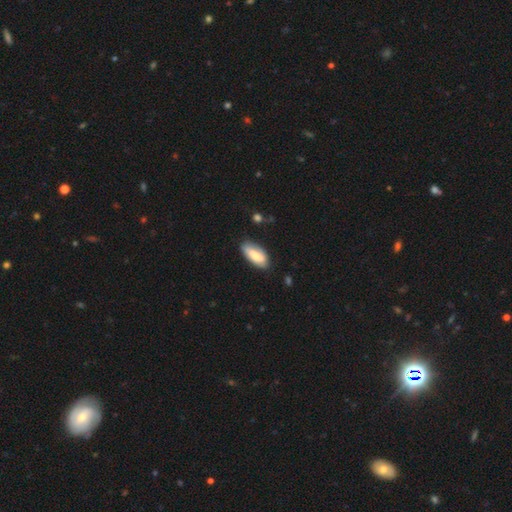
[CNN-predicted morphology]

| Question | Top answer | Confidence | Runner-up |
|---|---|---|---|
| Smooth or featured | smooth | 73% | featured or disk (21%) |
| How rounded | in between | 84% | cigar-shaped (15%) |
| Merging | none | 75% | minor disturbance (19%) |